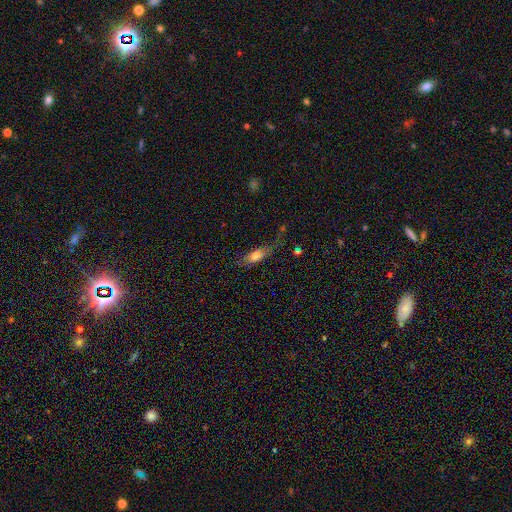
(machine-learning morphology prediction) Q: Smooth or featured?
A: smooth (66%); runner-up: featured or disk (25%)
Q: How rounded?
A: in between (66%); runner-up: cigar-shaped (30%)
Q: Merging?
A: none (44%); runner-up: minor disturbance (27%)